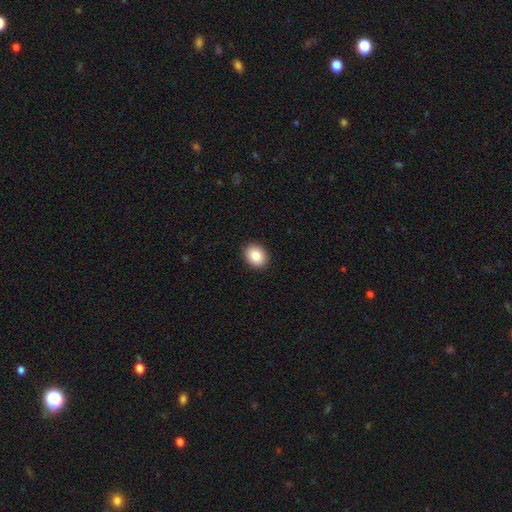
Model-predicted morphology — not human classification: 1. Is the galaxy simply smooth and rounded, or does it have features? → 85% smooth, 8% star or artifact, 7% featured or disk.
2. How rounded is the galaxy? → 50% round, 49% in between, 1% cigar-shaped.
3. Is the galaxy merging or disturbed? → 91% none, 6% minor disturbance, 2% major disturbance, 1% merger.